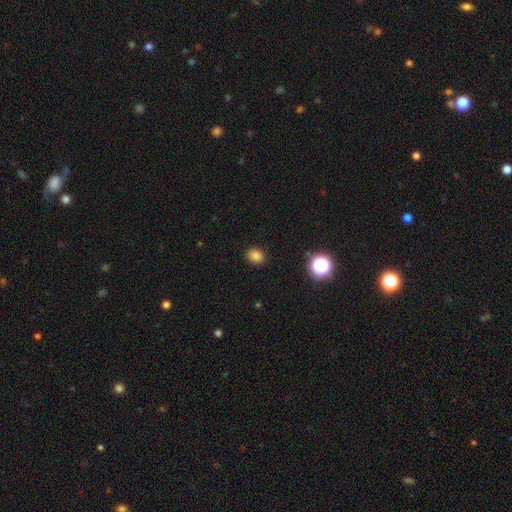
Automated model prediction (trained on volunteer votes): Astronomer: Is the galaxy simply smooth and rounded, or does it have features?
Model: smooth — 81%.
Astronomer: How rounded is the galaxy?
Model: round — 64%.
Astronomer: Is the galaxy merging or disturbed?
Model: none — 90%.